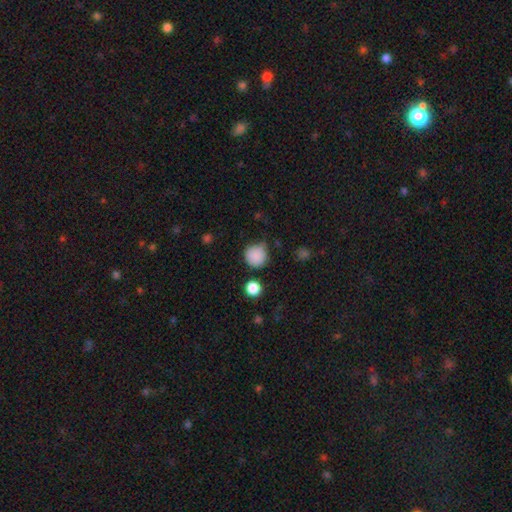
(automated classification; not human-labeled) smooth 85%, star or artifact 11%, featured or disk 4%. Down the decision tree: how rounded — round (92%); merging — none (70%).